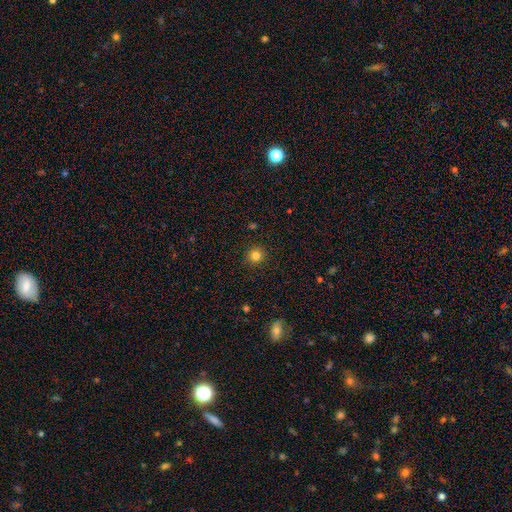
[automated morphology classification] type=smooth (82%); roundness=round (94%); merging=none (92%).